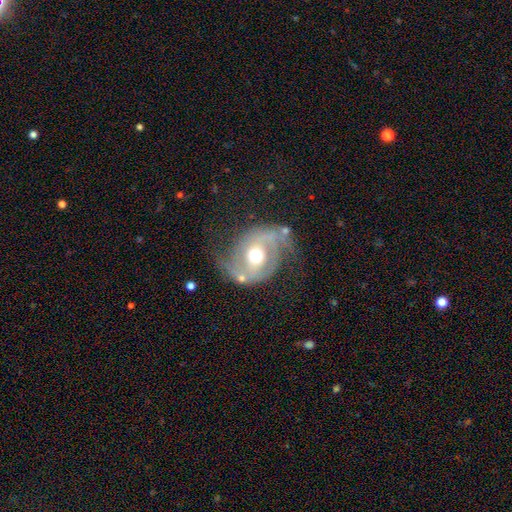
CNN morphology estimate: Smooth or featured? featured or disk (83%)
Edge-on disk? no (97%)
Bar? no (48%)
Spiral arms? yes (88%)
Spiral winding? medium (46%)
Spiral arm count? 2 (87%)
Bulge size? moderate (74%)
Merging? none (60%)